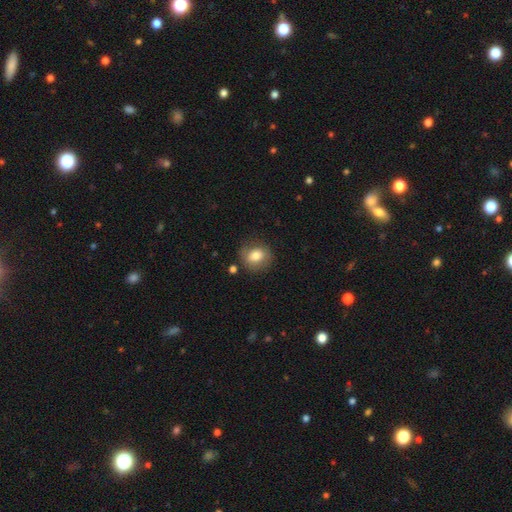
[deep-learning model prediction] This is likely a smooth galaxy (76%). How rounded: likely round (70%). Merging: likely none (78%).